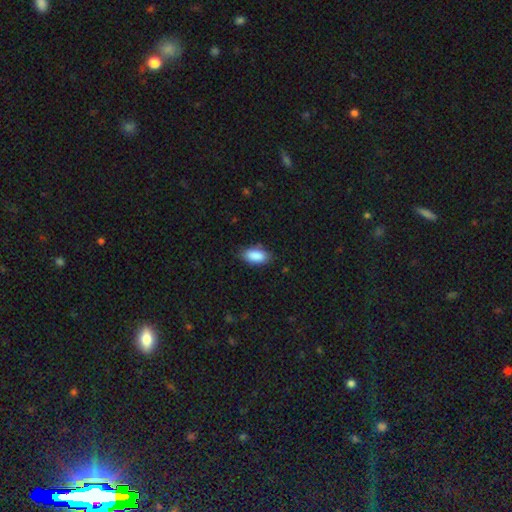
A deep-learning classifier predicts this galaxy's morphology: This appears to be a smooth galaxy with no disk features (89%) that is in between round and cigar-shaped (92%). Merging: none (81%).